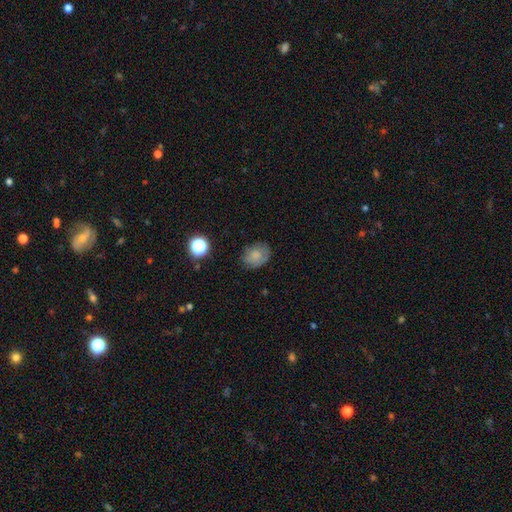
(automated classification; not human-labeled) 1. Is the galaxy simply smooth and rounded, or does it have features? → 77% smooth, 12% featured or disk, 11% star or artifact.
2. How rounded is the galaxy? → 56% in between, 43% round, 1% cigar-shaped.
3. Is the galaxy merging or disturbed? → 75% none, 18% minor disturbance, 5% major disturbance, 2% merger.